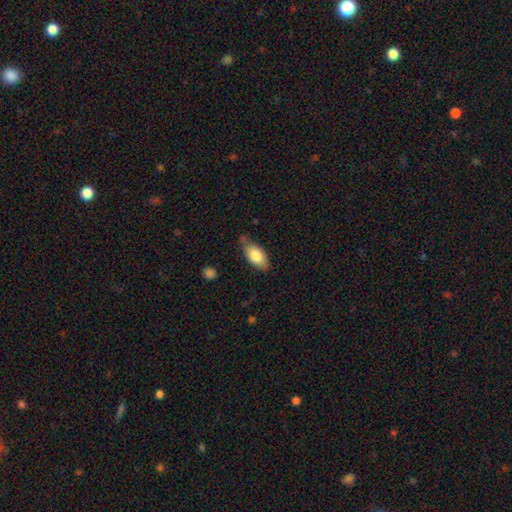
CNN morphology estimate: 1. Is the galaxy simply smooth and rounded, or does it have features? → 80% smooth, 14% featured or disk, 6% star or artifact.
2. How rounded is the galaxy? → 92% in between, 5% cigar-shaped, 3% round.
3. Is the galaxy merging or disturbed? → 67% none, 24% minor disturbance, 4% major disturbance, 4% merger.